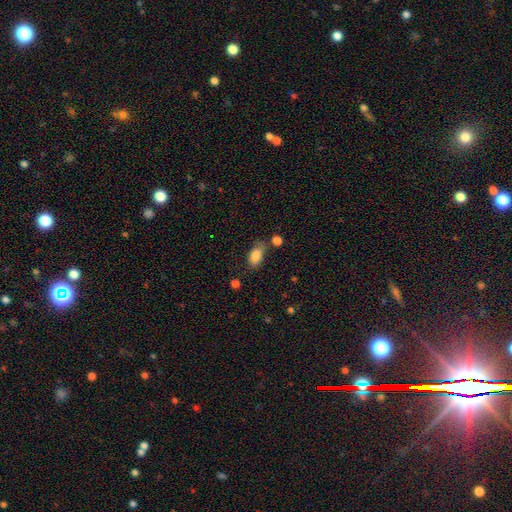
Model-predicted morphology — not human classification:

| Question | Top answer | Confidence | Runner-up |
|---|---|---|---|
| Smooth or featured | smooth | 85% | star or artifact (8%) |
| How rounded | in between | 90% | round (6%) |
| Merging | none | 59% | minor disturbance (24%) |